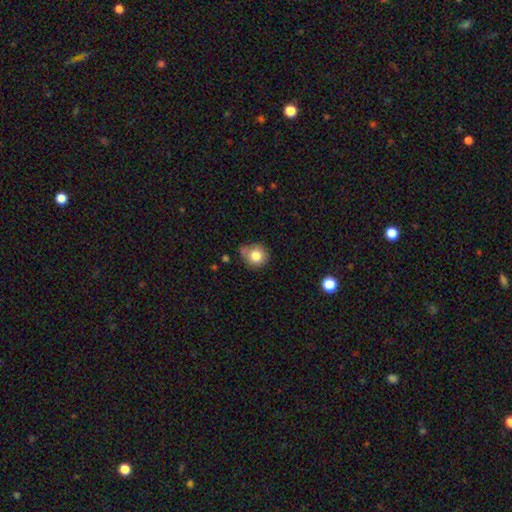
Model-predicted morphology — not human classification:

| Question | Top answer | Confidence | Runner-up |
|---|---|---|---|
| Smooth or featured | smooth | 80% | star or artifact (10%) |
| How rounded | round | 84% | in between (15%) |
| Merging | none | 59% | minor disturbance (26%) |